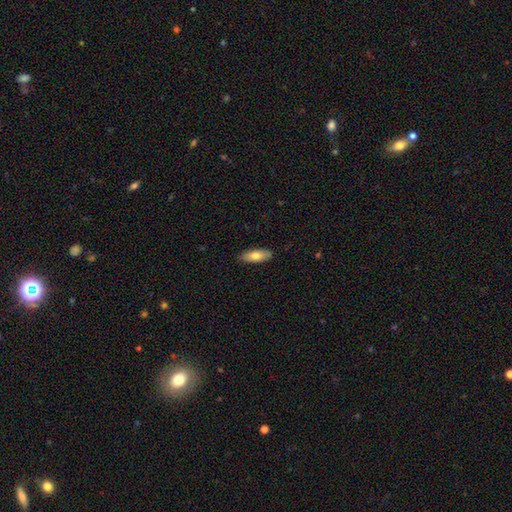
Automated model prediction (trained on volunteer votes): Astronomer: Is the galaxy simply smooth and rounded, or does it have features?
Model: smooth — 77%.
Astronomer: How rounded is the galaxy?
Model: in between — 68%.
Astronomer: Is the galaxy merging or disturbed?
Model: none — 87%.